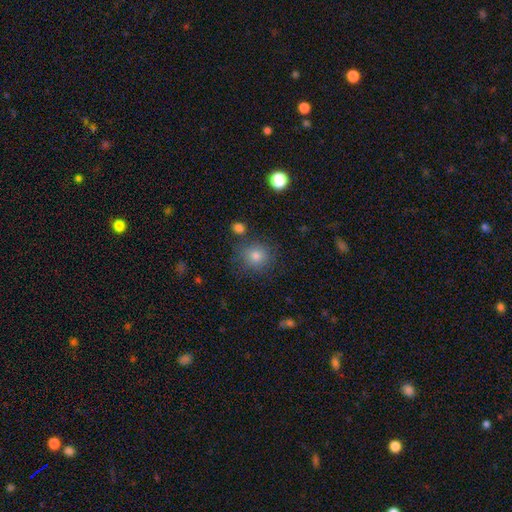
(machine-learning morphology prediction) Overall: smooth (78%). How rounded: round (91%). Merging: none (81%).